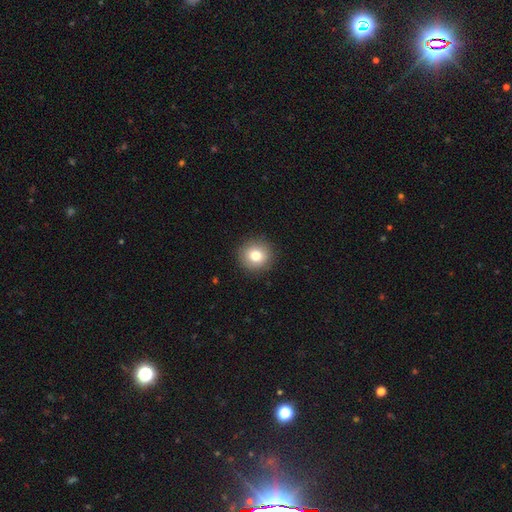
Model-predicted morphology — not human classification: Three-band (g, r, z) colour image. It shows a smooth galaxy with no disk features (79%) that is round (92%). Merging: none (92%).